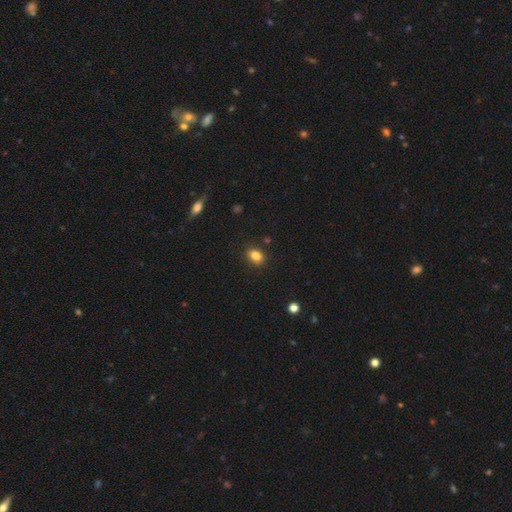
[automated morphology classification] This appears to be a smooth galaxy with no disk features (83%) that is in between round and cigar-shaped (71%). Merging: none (84%).